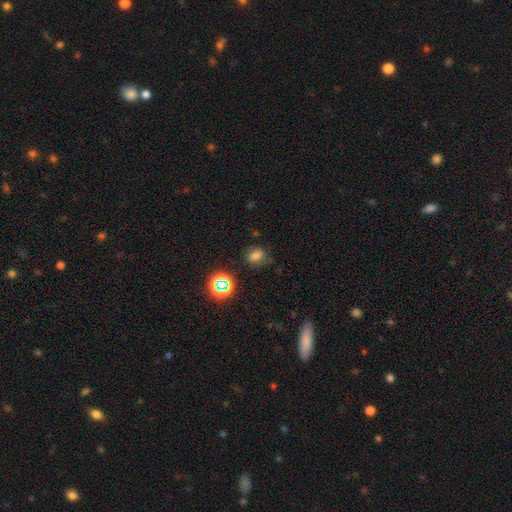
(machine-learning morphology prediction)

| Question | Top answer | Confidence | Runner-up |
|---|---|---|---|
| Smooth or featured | smooth | 67% | star or artifact (22%) |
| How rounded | in between | 58% | round (41%) |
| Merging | none | 68% | minor disturbance (21%) |